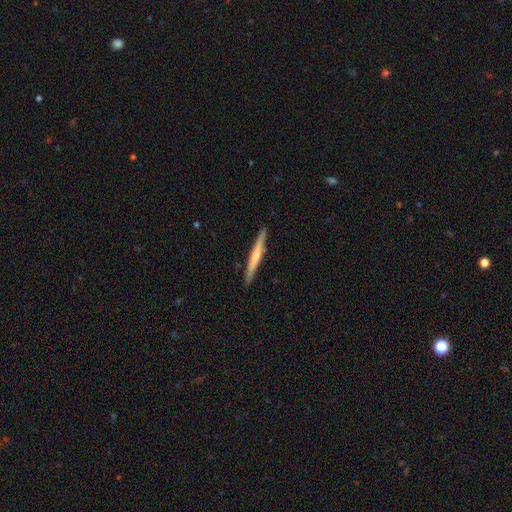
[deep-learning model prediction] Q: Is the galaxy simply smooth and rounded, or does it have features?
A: smooth — 51%.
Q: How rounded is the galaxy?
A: cigar-shaped — 96%.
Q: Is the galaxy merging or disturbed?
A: none — 91%.